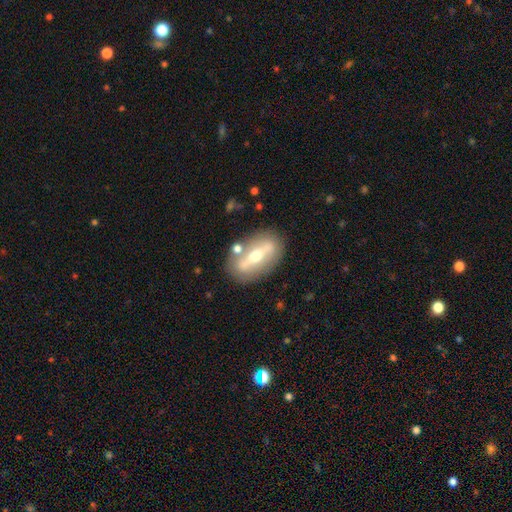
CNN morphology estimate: Smooth or featured: featured or disk — 66% (smooth — 27%)
Edge-on disk: no — 58% (yes — 42%)
Merging: none — 78% (minor disturbance — 12%)